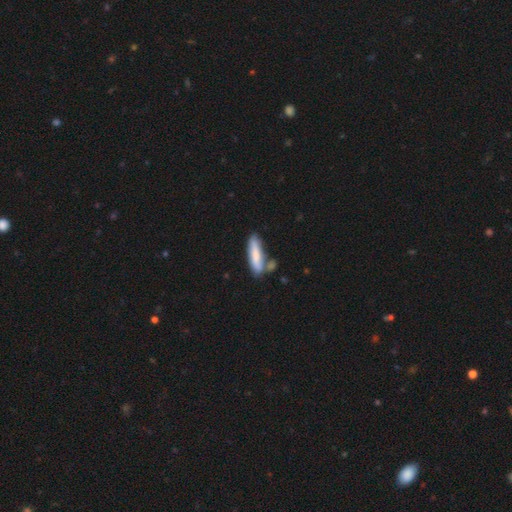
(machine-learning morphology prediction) Overall: smooth (76%). How rounded: cigar-shaped (74%). Merging: none (58%; merger 19%).